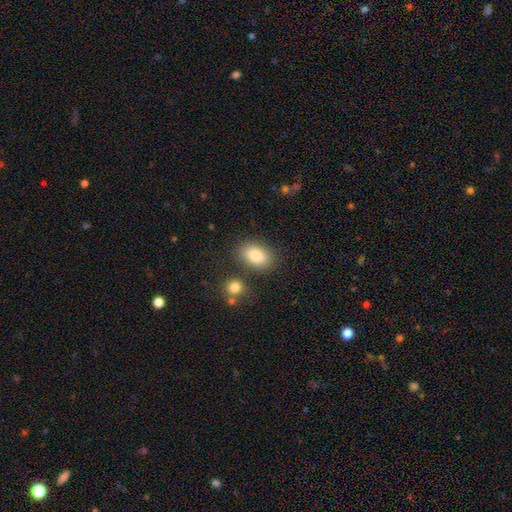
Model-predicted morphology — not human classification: smooth-or-featured: smooth: 81% | featured or disk: 10% | star or artifact: 8%
  how-rounded: in between: 84% | round: 14% | cigar-shaped: 2%
  merging: none: 77% | minor disturbance: 12% | merger: 7% | major disturbance: 3%